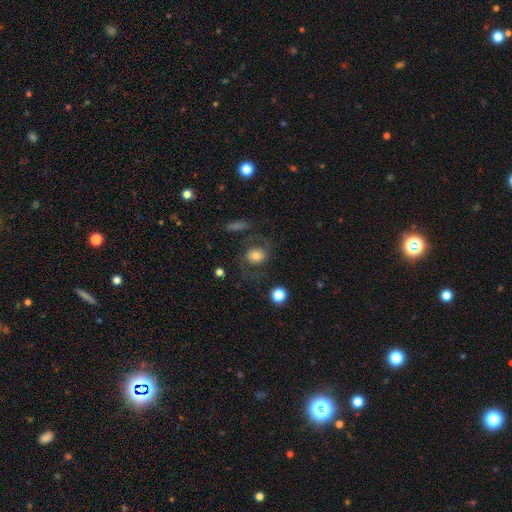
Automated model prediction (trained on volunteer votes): Smooth or featured?
  - smooth: 55% *
  - featured or disk: 35%
  - star or artifact: 10%
How rounded?
  - round: 65% *
  - in between: 34%
  - cigar-shaped: 1%
Merging?
  - none: 61% *
  - major disturbance: 20%
  - minor disturbance: 16%
  - merger: 3%